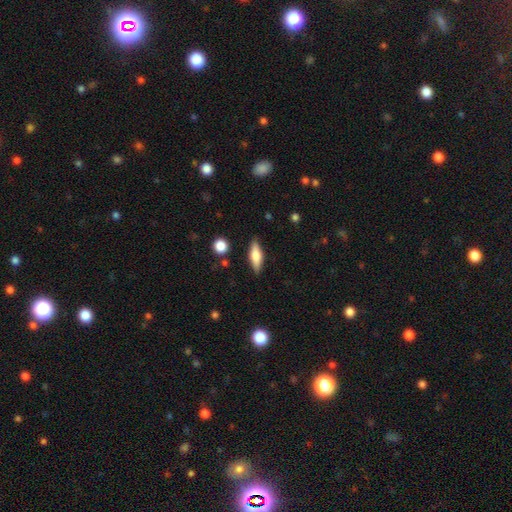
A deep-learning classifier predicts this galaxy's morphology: This is possibly a smooth galaxy (56%). How rounded: possibly in between (51%). Merging: clearly none (86%).